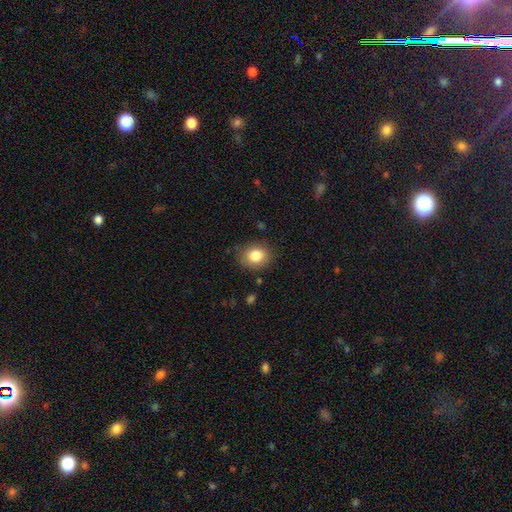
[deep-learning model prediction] smooth_or_featured: smooth (p=0.83) [alt: star or artifact p=0.09]
how_rounded: round (p=0.59) [alt: in between p=0.41]
merging: none (p=0.82) [alt: minor disturbance p=0.13]